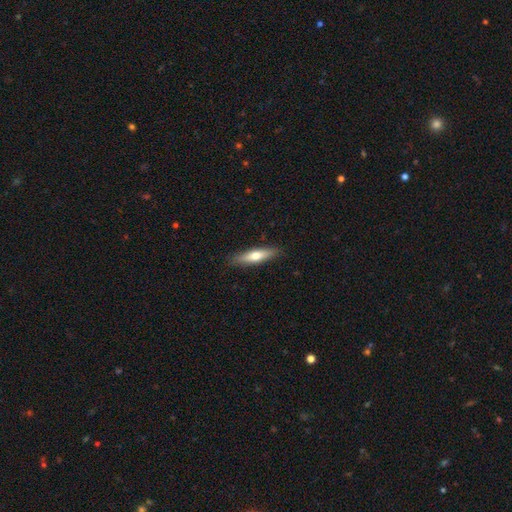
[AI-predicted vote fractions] Smooth or featured: smooth — 61% (featured or disk — 34%)
How rounded: cigar-shaped — 71% (in between — 27%)
Merging: none — 87% (minor disturbance — 10%)